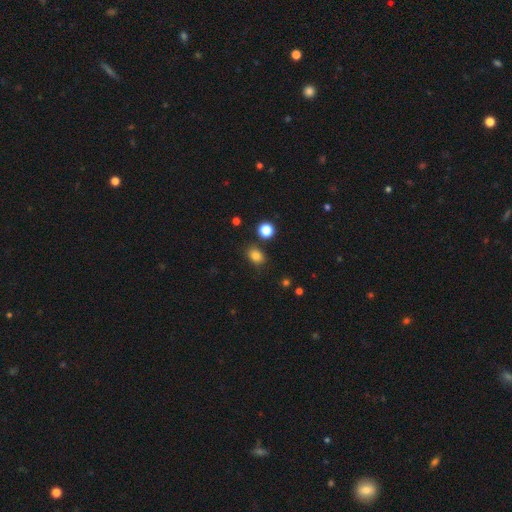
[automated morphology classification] Overall: smooth (83%). How rounded: in between (60%; round 38%). Merging: none (81%).